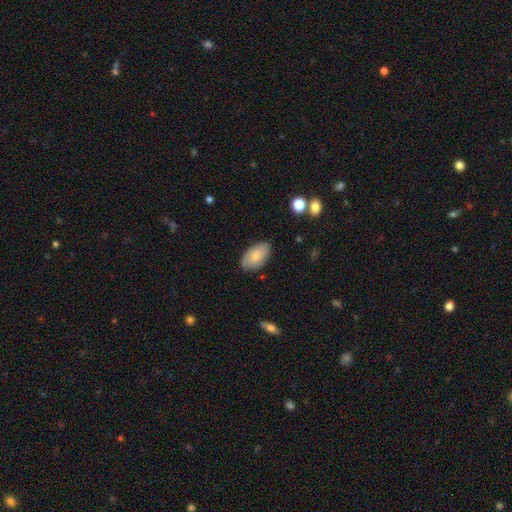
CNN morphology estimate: smooth_or_featured: smooth (p=0.73) [alt: featured or disk p=0.20]
how_rounded: in between (p=0.94) [alt: round p=0.04]
merging: none (p=0.83) [alt: minor disturbance p=0.13]